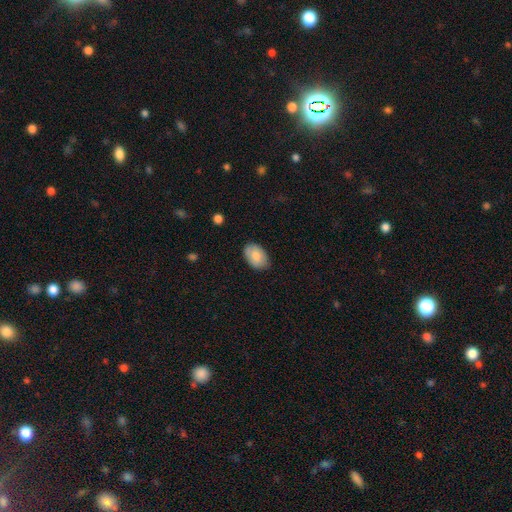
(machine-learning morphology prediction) This appears to be a smooth galaxy with no disk features (81%) that is in between round and cigar-shaped (89%). Merging: none (81%).